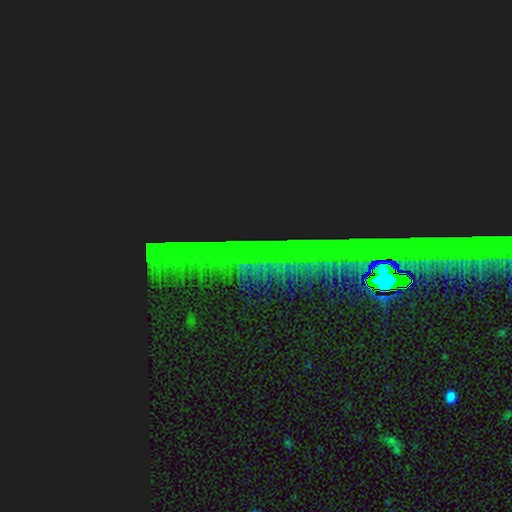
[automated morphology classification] Overall: star or artifact (84%).